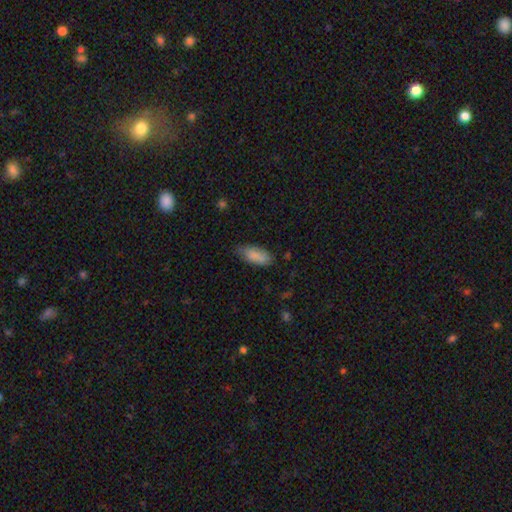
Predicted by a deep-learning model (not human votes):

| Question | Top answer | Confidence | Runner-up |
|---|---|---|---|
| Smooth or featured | smooth | 86% | featured or disk (8%) |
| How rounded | in between | 84% | cigar-shaped (14%) |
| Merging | none | 67% | minor disturbance (26%) |